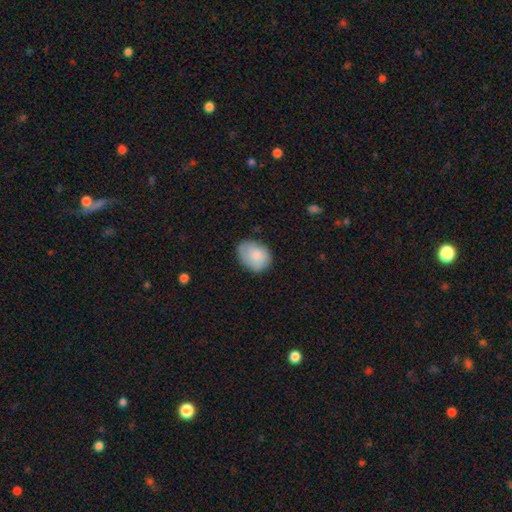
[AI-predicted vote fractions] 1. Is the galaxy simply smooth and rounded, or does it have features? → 78% smooth, 16% featured or disk, 6% star or artifact.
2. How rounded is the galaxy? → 62% in between, 37% round, 1% cigar-shaped.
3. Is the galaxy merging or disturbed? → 65% none, 27% minor disturbance, 6% major disturbance, 2% merger.